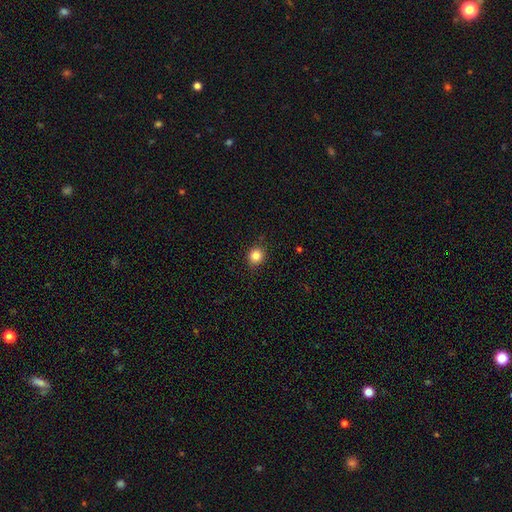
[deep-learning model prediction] A smooth galaxy with no disk features (84%) that is round (82%).

Vote fractions:
- Smooth or featured? smooth: 84% / star or artifact: 11% / featured or disk: 5%
- How rounded? round: 82% / in between: 17% / cigar-shaped: 1%
- Merging? none: 87% / minor disturbance: 10% / major disturbance: 2% / merger: 1%